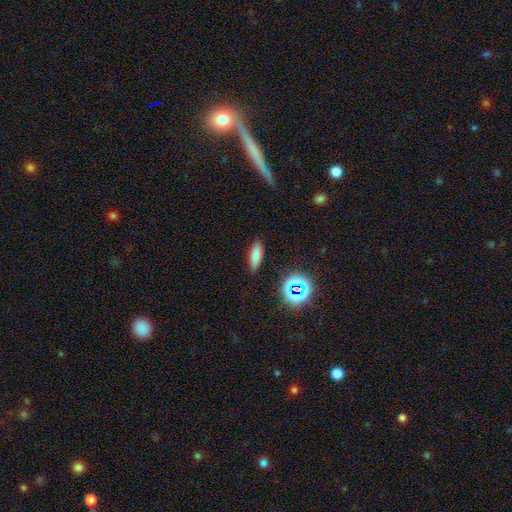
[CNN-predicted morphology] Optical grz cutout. It shows a smooth galaxy with no disk features (79%) that is in between round and cigar-shaped (67%). Merging: none (87%).